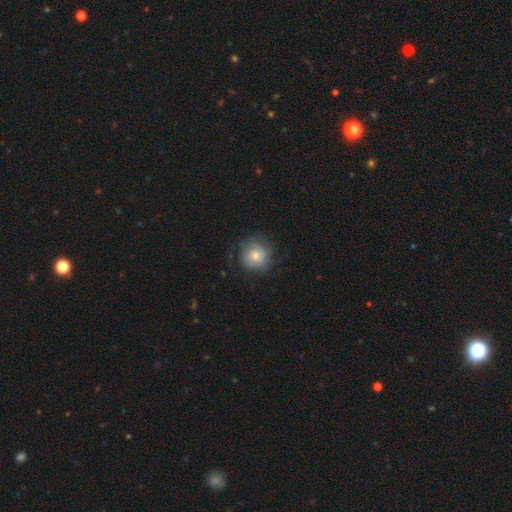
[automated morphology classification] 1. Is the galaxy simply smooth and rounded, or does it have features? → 62% smooth, 30% featured or disk, 8% star or artifact.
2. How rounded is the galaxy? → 90% round, 9% in between, 1% cigar-shaped.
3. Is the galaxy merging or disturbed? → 72% none, 19% minor disturbance, 8% major disturbance, 1% merger.